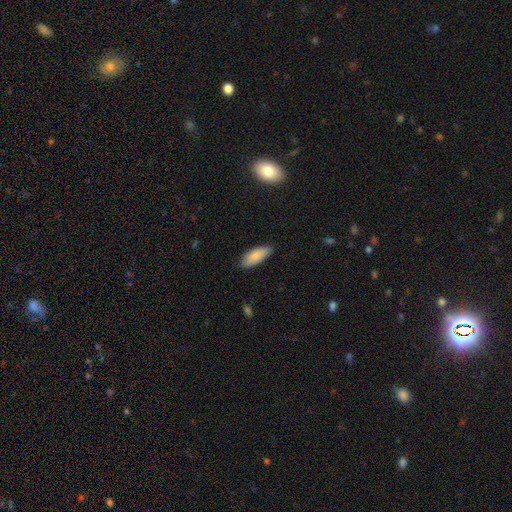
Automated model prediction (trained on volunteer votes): The model was most divided on "how rounded": in between: 77%, cigar-shaped: 21%, round: 2%. More confident: smooth or featured — smooth (85%); merging — none (84%).